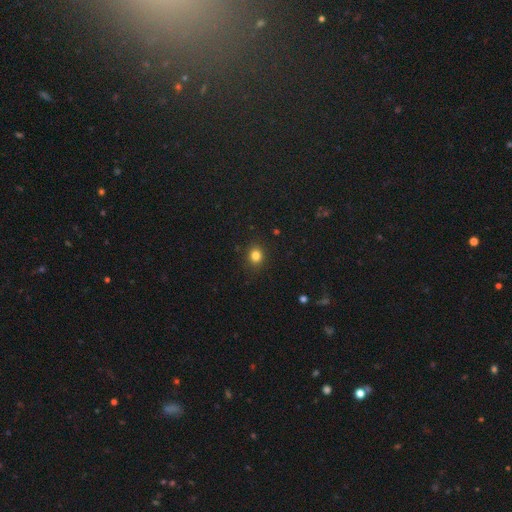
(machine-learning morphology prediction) This appears to be a smooth galaxy with no disk features (83%) that is round (70%). Merging: none (89%).